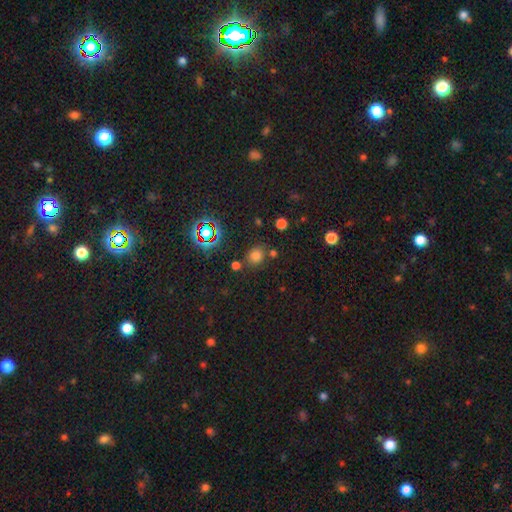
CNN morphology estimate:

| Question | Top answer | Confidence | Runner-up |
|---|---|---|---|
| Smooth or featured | smooth | 68% | star or artifact (25%) |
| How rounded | round | 73% | in between (26%) |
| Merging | none | 77% | minor disturbance (11%) |